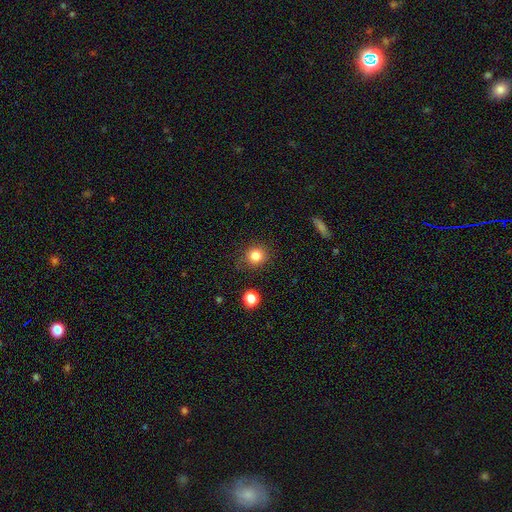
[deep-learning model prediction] A smooth galaxy with no disk features (83%) that is round (88%). Merging: none (84%).